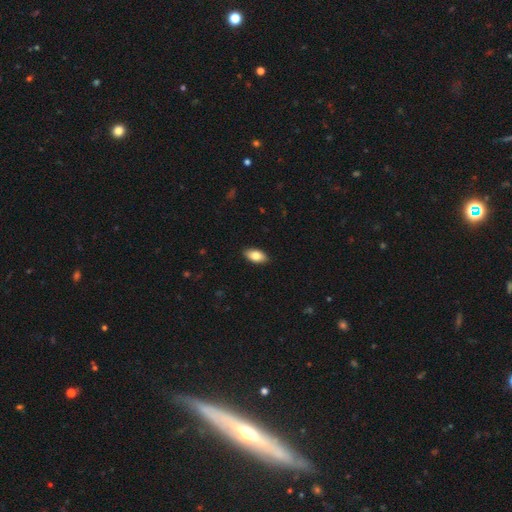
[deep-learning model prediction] A smooth galaxy with no disk features (83%) that is in between round and cigar-shaped (93%). Merging: none (90%).